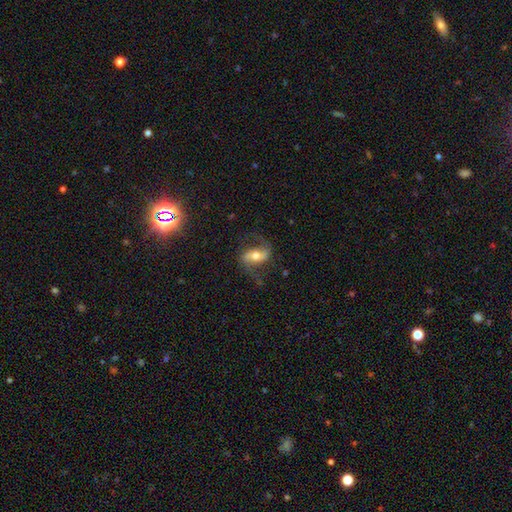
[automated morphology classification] This appears to be a featured or disk galaxy (74%) with a strong bar (40%), 2 (91%) loose (57%) spiral arms (92%) and a moderate central bulge (66%). Merging: none (72%).